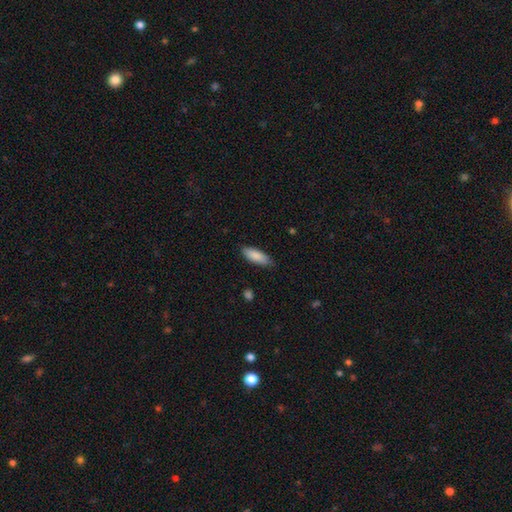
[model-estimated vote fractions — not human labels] smooth_or_featured: smooth (p=0.87) [alt: featured or disk p=0.07]
how_rounded: in between (p=0.67) [alt: cigar-shaped p=0.32]
merging: none (p=0.83) [alt: minor disturbance p=0.13]